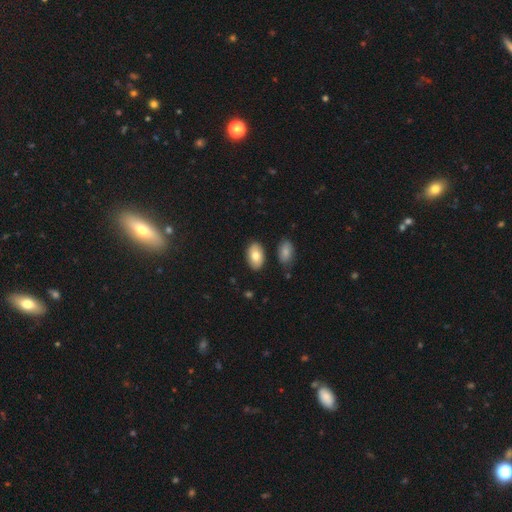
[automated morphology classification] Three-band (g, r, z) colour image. It shows a smooth galaxy with no disk features (77%) that is in between round and cigar-shaped (92%). Merging: none (84%).